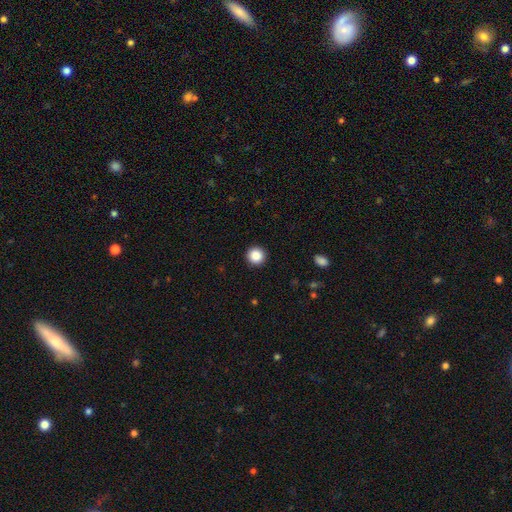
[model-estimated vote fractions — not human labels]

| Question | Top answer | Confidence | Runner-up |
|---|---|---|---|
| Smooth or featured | smooth | 87% | star or artifact (10%) |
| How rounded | round | 95% | in between (4%) |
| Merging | none | 93% | minor disturbance (5%) |